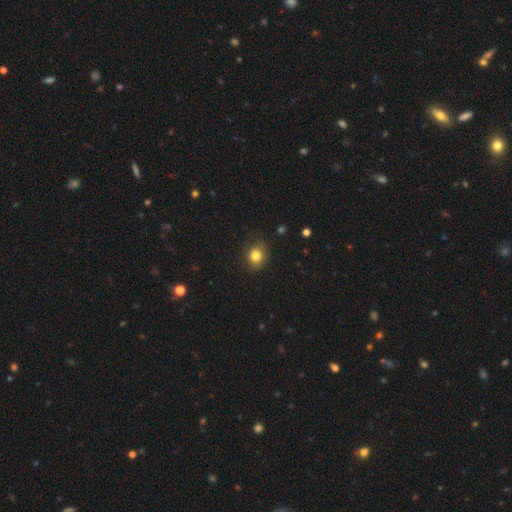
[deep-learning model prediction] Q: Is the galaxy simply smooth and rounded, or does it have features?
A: smooth — 82%.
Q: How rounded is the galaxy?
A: round — 68%.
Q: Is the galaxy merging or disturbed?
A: none — 79%.